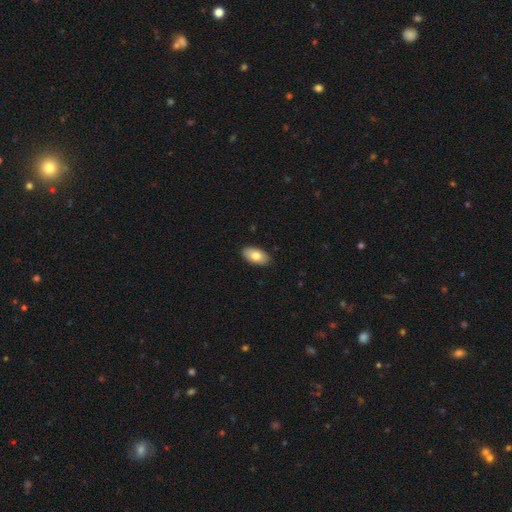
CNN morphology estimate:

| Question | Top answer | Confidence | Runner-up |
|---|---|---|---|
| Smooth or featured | smooth | 78% | featured or disk (16%) |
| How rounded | in between | 95% | round (3%) |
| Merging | none | 89% | minor disturbance (9%) |